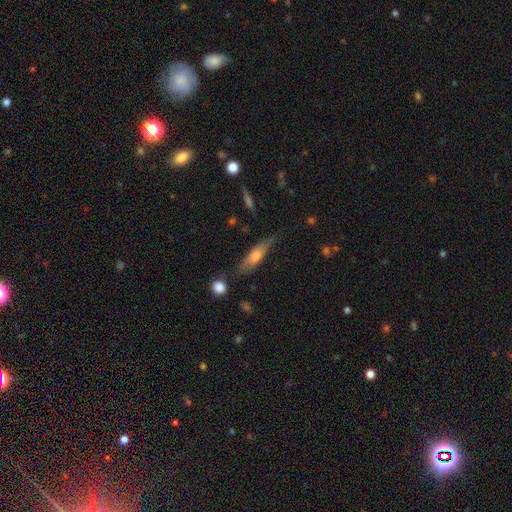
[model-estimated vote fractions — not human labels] smooth_or_featured: smooth (p=0.53) [alt: featured or disk p=0.40]
how_rounded: cigar-shaped (p=0.69) [alt: in between p=0.28]
merging: none (p=0.67) [alt: minor disturbance p=0.22]